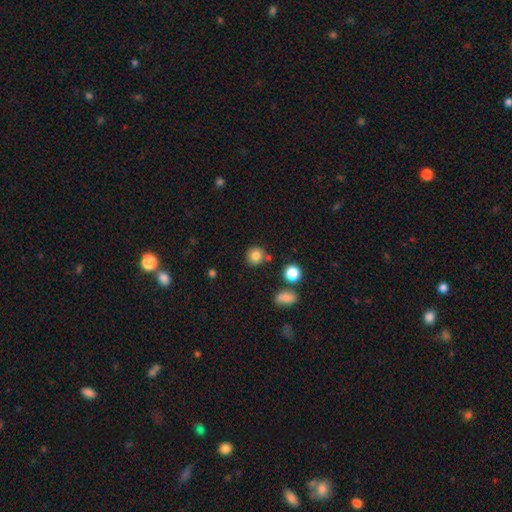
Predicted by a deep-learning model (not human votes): Smooth or featured? smooth (82%)
How rounded? round (88%)
Merging? none (80%)